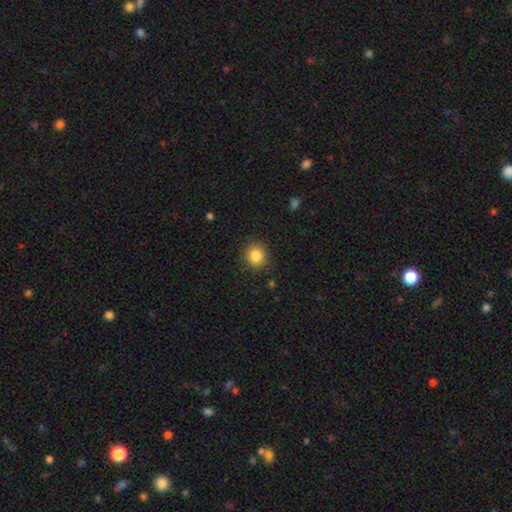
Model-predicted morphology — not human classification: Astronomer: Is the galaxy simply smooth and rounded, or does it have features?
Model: smooth — 85%.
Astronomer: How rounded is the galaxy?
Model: round — 85%.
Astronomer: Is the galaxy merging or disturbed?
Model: none — 87%.